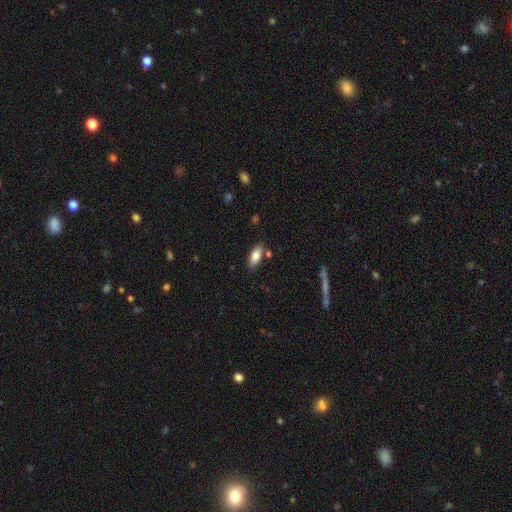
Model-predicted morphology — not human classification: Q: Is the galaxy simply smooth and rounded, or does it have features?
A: smooth — 84%.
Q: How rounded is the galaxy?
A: in between — 85%.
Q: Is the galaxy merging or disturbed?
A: none — 80%.